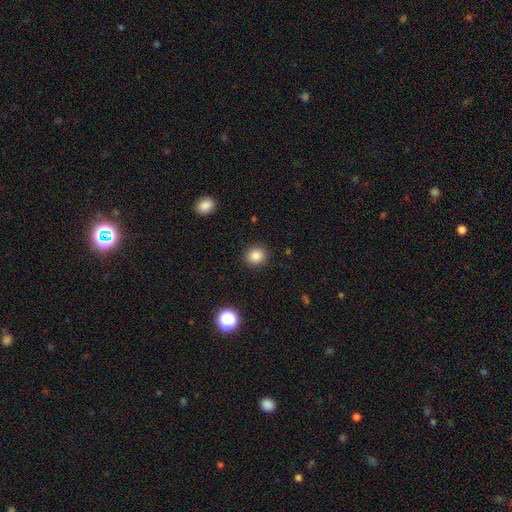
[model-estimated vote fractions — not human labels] This appears to be a smooth galaxy with no disk features (85%) that is round (85%). Merging: none (91%).